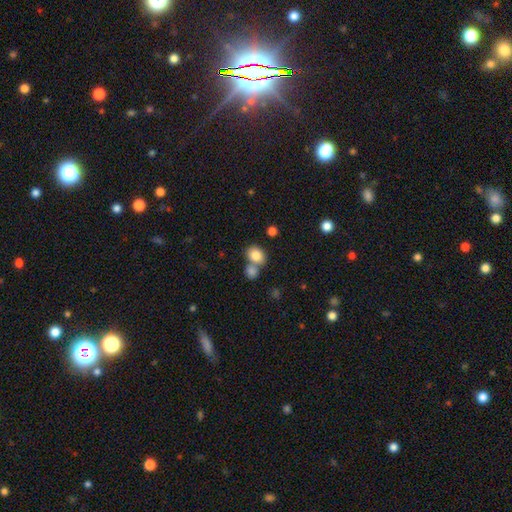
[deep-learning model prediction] Q: Smooth or featured?
A: smooth (83%); runner-up: star or artifact (9%)
Q: How rounded?
A: round (58%); runner-up: in between (41%)
Q: Merging?
A: none (49%); runner-up: merger (39%)